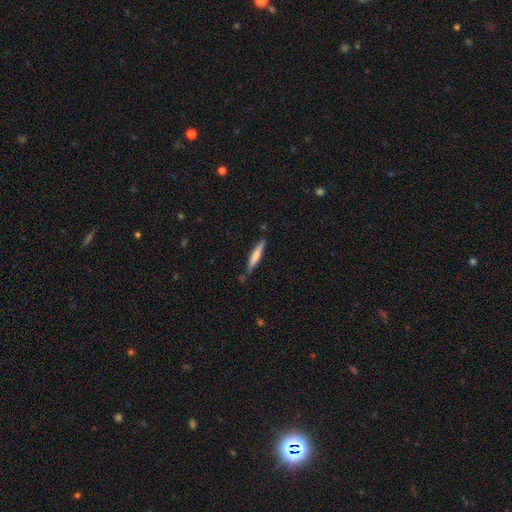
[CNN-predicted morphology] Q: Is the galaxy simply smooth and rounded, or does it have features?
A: smooth — 63%.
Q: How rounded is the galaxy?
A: cigar-shaped — 93%.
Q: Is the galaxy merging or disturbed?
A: none — 77%.